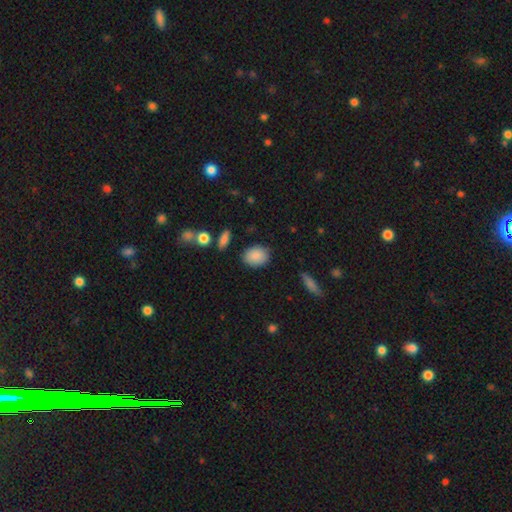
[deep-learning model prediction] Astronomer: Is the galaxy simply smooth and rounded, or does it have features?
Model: smooth — 87%.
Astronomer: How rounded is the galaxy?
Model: in between — 62% (runner-up: round, 37%).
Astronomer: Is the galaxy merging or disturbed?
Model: none — 83%.